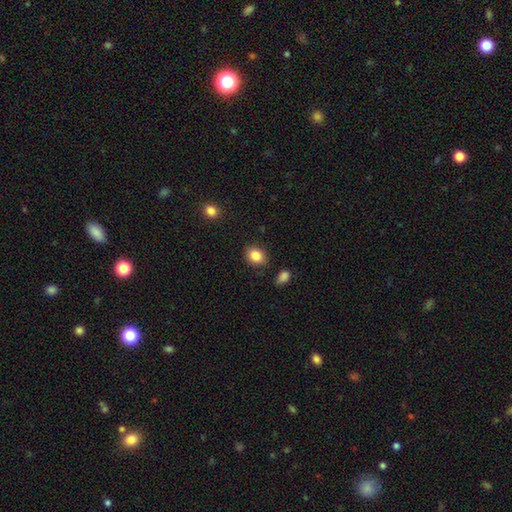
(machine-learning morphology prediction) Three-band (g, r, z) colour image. It shows a smooth galaxy with no disk features (85%) that is in between round and cigar-shaped (51%). Merging: none (85%).